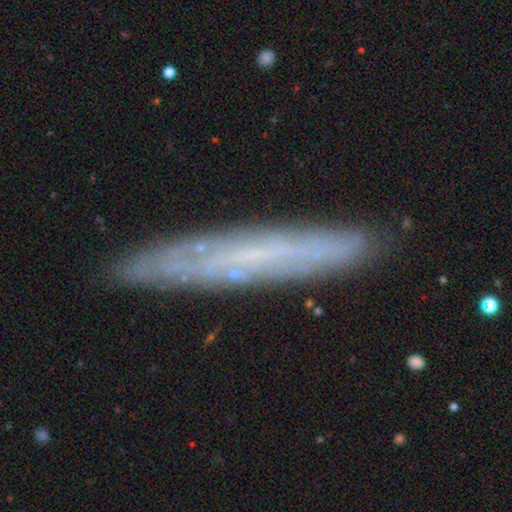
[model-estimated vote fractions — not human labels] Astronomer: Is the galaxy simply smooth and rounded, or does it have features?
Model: featured or disk — 60%.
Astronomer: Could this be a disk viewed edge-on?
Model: yes — 70%.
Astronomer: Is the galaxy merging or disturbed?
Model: none — 86%.